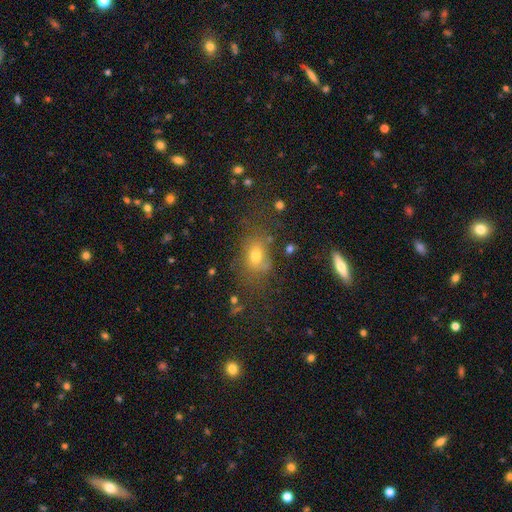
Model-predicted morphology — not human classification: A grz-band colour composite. It shows a smooth galaxy with no disk features (64%) that is in between round and cigar-shaped (67%). Merging: none (62%).